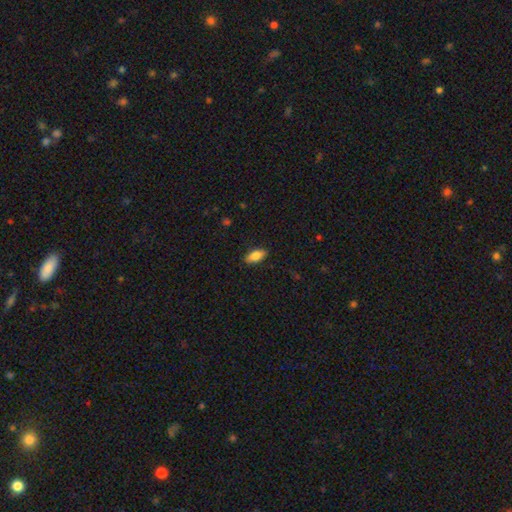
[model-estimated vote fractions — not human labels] Smooth or featured? Predicted: smooth (p=0.85). How rounded? Predicted: in between (p=0.89). Merging? Predicted: none (p=0.88).